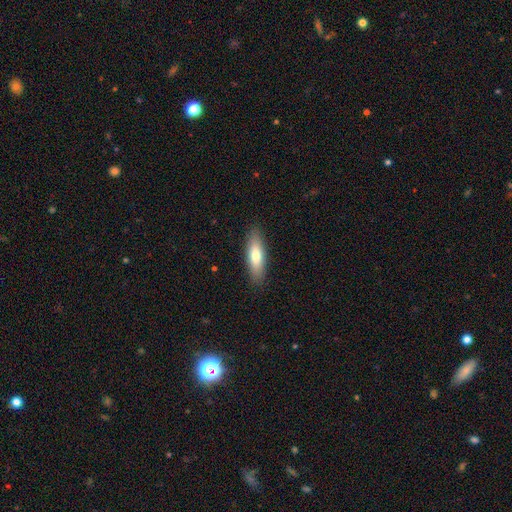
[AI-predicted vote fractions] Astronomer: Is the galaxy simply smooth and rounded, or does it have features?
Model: smooth — 74%.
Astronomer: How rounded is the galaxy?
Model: cigar-shaped — 50% (runner-up: in between, 48%).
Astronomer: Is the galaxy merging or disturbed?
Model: none — 88%.